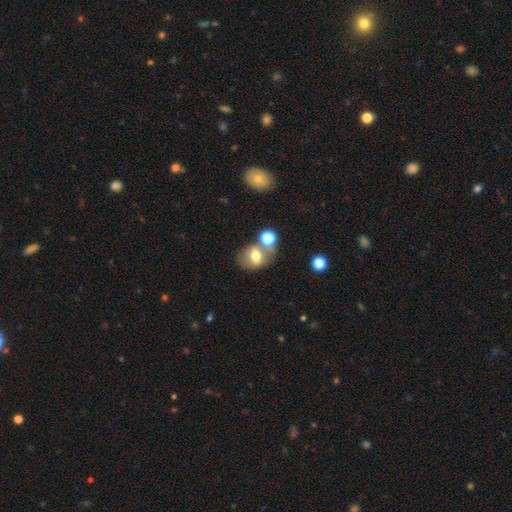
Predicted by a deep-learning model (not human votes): A smooth galaxy with no disk features (61%) that is in between round and cigar-shaped (65%). Merging: none (48%).